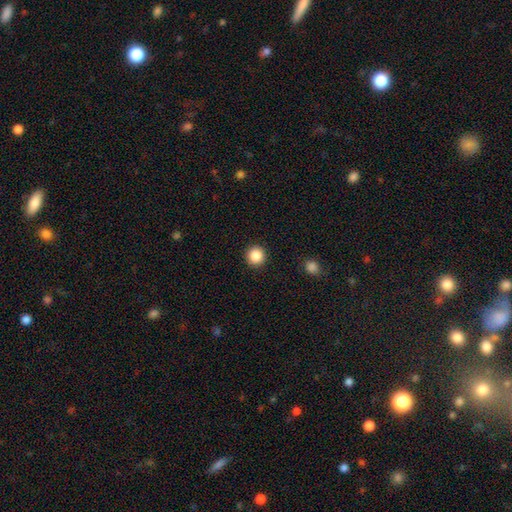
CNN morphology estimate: Smooth or featured: smooth — 86% (star or artifact — 10%)
How rounded: round — 95% (in between — 4%)
Merging: none — 92% (minor disturbance — 5%)